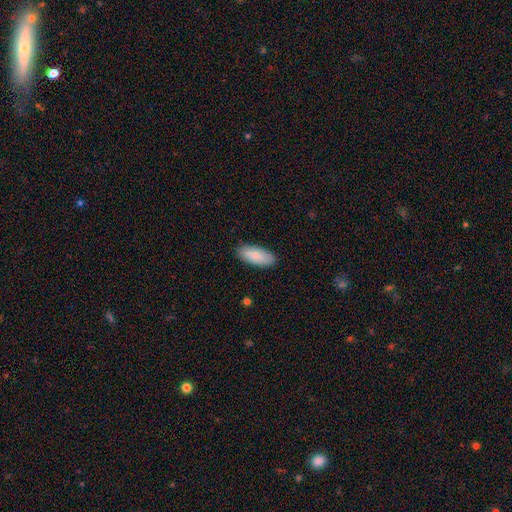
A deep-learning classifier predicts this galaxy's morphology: smooth_or_featured: smooth (p=0.86) [alt: featured or disk p=0.08]
how_rounded: in between (p=0.84) [alt: cigar-shaped p=0.14]
merging: none (p=0.88) [alt: minor disturbance p=0.09]